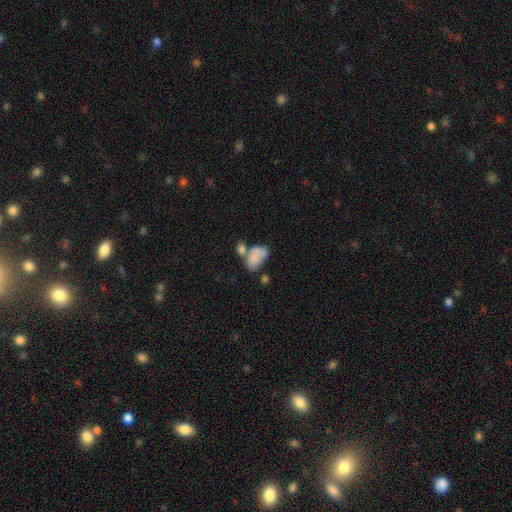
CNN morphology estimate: Smooth or featured? smooth (73%)
How rounded? in between (89%)
Merging? merger (42%)